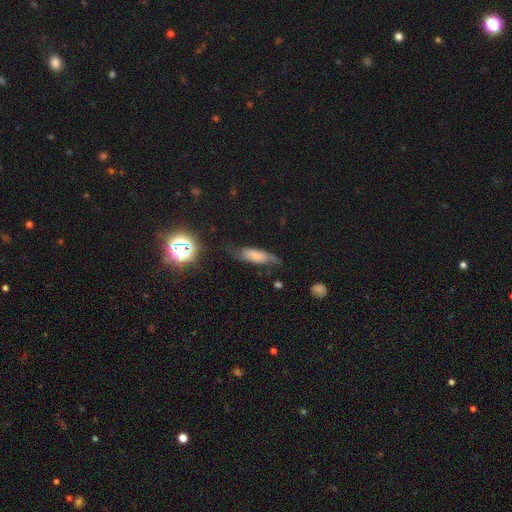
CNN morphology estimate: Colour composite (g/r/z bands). It shows a smooth galaxy with no disk features (48%). Merging: none (52%).